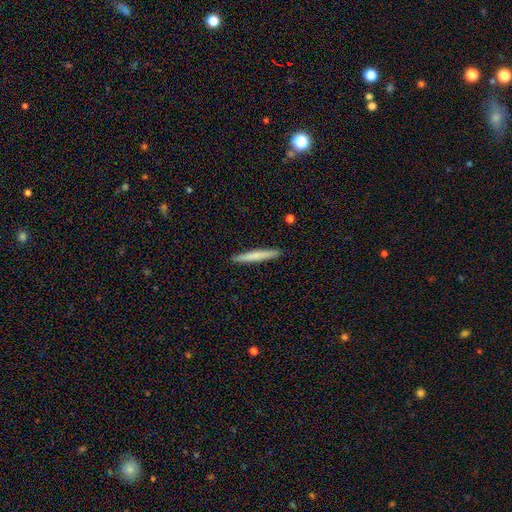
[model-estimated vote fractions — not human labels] Smooth or featured: smooth — 71% (featured or disk — 24%)
How rounded: cigar-shaped — 96% (in between — 3%)
Merging: none — 92% (minor disturbance — 6%)